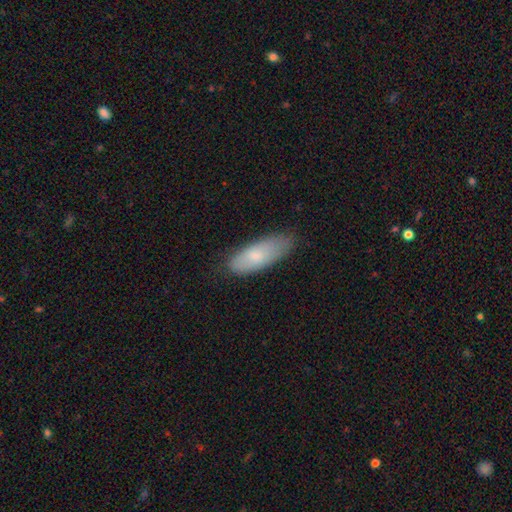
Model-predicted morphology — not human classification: This appears to be a smooth galaxy with no disk features (78%) that is in between round and cigar-shaped (70%). Merging: none (71%).